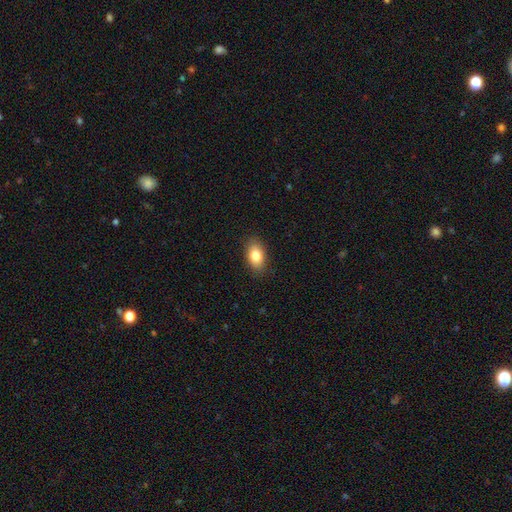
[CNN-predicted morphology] smooth-or-featured: smooth: 83% | featured or disk: 9% | star or artifact: 8%
  how-rounded: in between: 90% | round: 8% | cigar-shaped: 2%
  merging: none: 88% | minor disturbance: 9% | major disturbance: 2% | merger: 1%